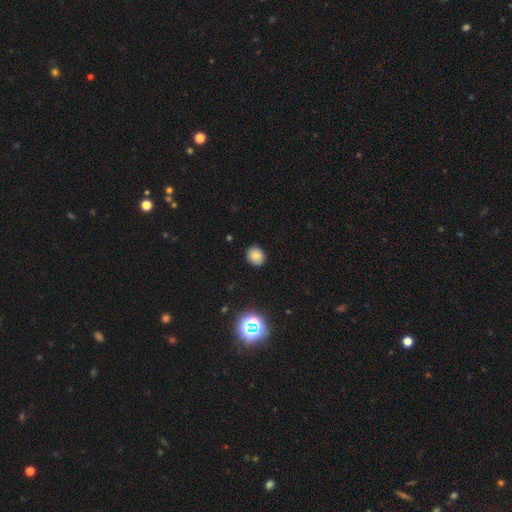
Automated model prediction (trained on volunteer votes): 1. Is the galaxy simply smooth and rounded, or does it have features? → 81% smooth, 13% star or artifact, 6% featured or disk.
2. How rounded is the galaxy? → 57% round, 42% in between, 1% cigar-shaped.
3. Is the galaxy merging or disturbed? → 88% none, 8% minor disturbance, 2% major disturbance, 1% merger.